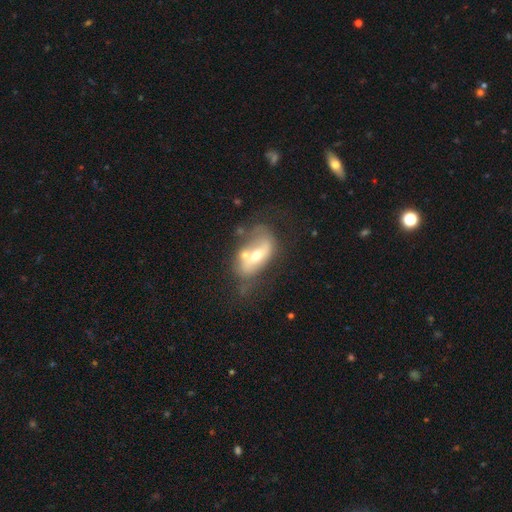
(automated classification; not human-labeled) Q: Smooth or featured?
A: featured or disk (59%); runner-up: smooth (34%)
Q: Edge-on disk?
A: no (86%); runner-up: yes (14%)
Q: Bar?
A: no (48%); runner-up: weak (27%)
Q: Spiral arms?
A: no (56%); runner-up: yes (44%)
Q: Bulge size?
A: moderate (65%); runner-up: small (26%)
Q: Merging?
A: none (36%); runner-up: merger (23%)